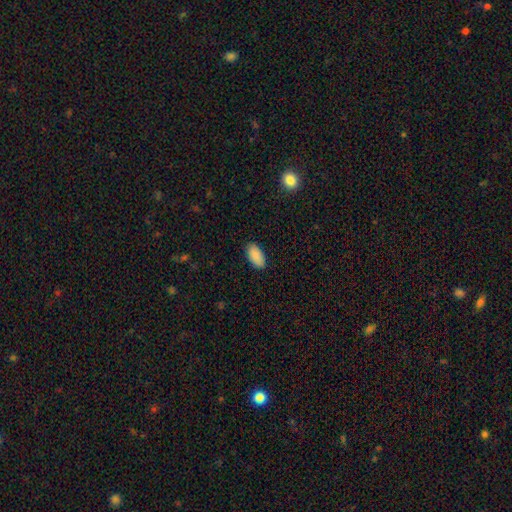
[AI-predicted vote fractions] Smooth or featured?
  - smooth: 90% *
  - star or artifact: 6%
  - featured or disk: 3%
How rounded?
  - in between: 95% *
  - cigar-shaped: 3%
  - round: 2%
Merging?
  - none: 89% *
  - minor disturbance: 9%
  - major disturbance: 2%
  - merger: 1%